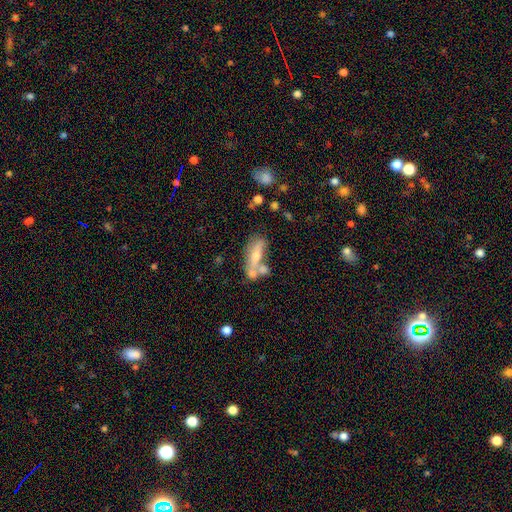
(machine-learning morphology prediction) This appears to be a featured or disk galaxy (46%). Merging: merger (39%).